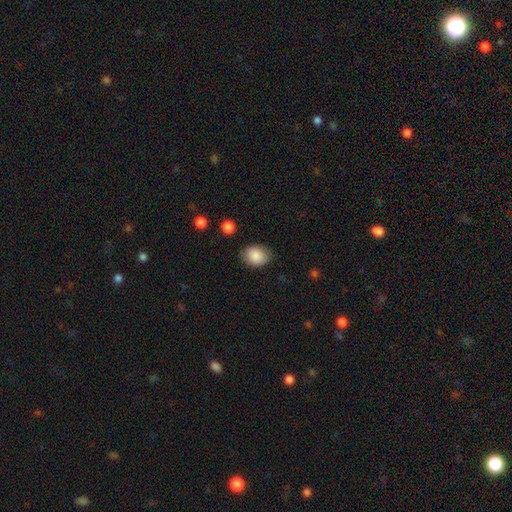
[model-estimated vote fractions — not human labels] Smooth or featured? Predicted: smooth (p=0.88). How rounded? Predicted: in between (p=0.58). Merging? Predicted: none (p=0.82).